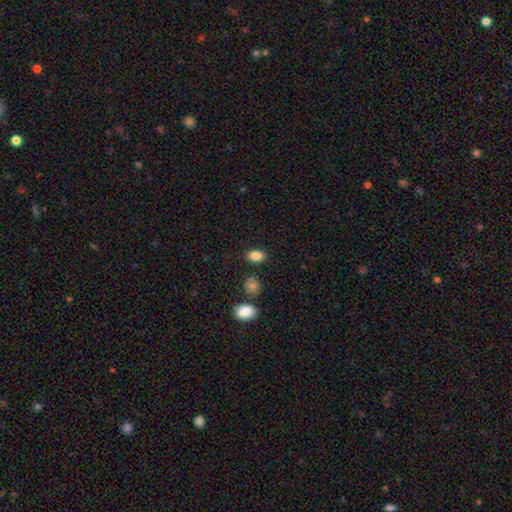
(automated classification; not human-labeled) smooth-or-featured: smooth: 85% | star or artifact: 9% | featured or disk: 6%
  how-rounded: in between: 83% | round: 15% | cigar-shaped: 2%
  merging: none: 83% | minor disturbance: 10% | merger: 4% | major disturbance: 3%